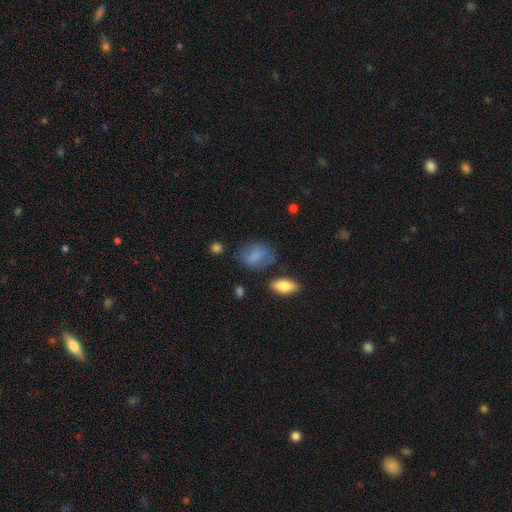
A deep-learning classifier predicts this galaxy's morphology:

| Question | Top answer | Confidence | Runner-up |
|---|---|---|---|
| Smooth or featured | smooth | 76% | featured or disk (14%) |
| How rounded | in between | 67% | round (31%) |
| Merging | none | 63% | minor disturbance (24%) |